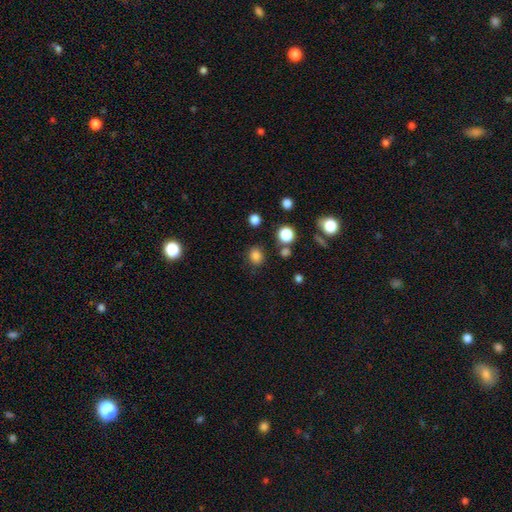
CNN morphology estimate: Q: Smooth or featured?
A: smooth (82%); runner-up: star or artifact (14%)
Q: How rounded?
A: round (69%); runner-up: in between (30%)
Q: Merging?
A: none (83%); runner-up: minor disturbance (10%)